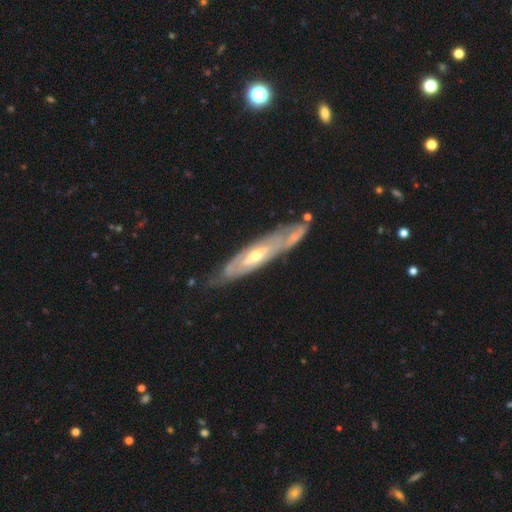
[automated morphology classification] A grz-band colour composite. It shows a featured or disk galaxy (79%). Merging: none (70%).